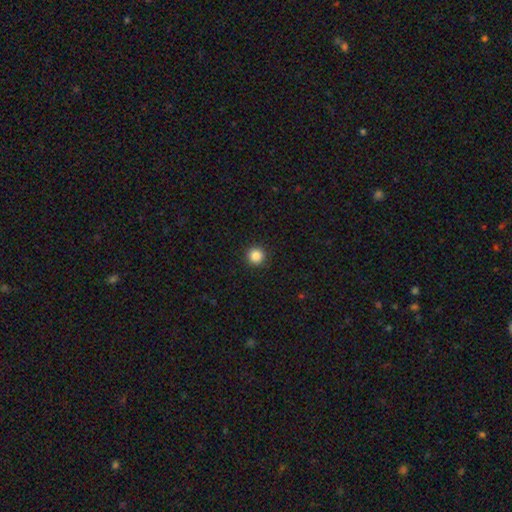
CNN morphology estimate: Smooth or featured? smooth (86%)
How rounded? round (96%)
Merging? none (93%)